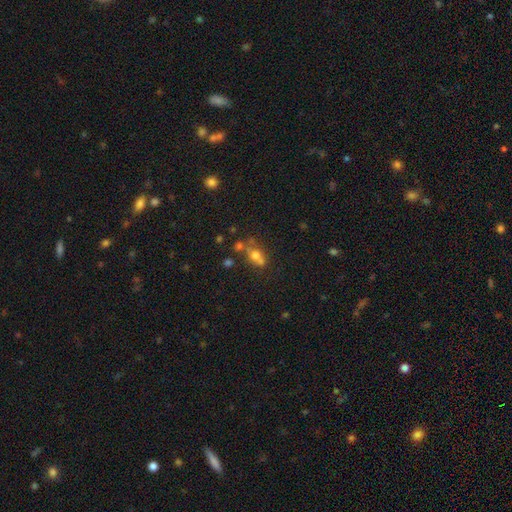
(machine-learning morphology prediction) Overall: smooth (62%). How rounded: round (49%; in between 48%). Merging: merger (40%; none 38%).